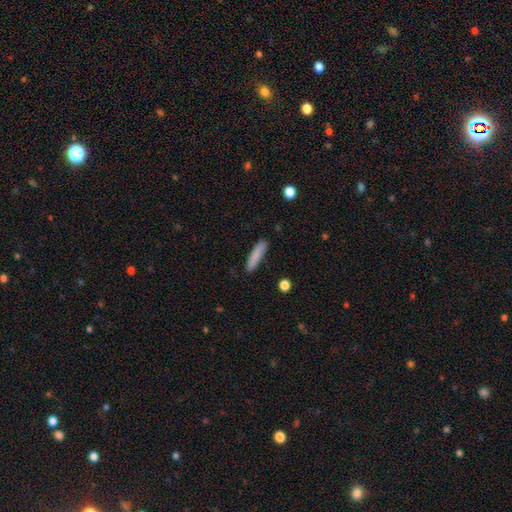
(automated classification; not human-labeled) This is clearly a smooth galaxy (84%). How rounded: clearly cigar-shaped (86%). Merging: clearly none (86%).